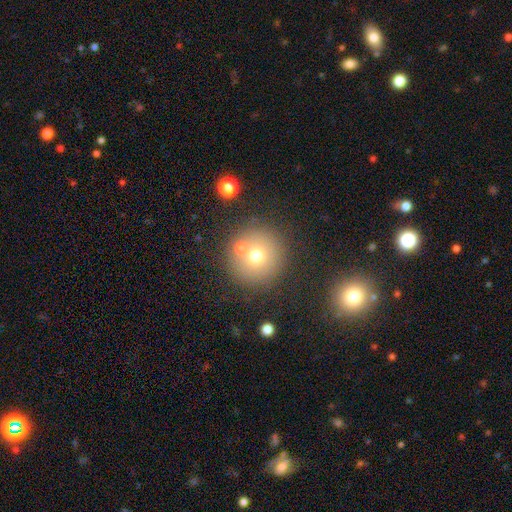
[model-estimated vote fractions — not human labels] Morphology: type=smooth (67%); roundness=round (95%); merging=none (73%).